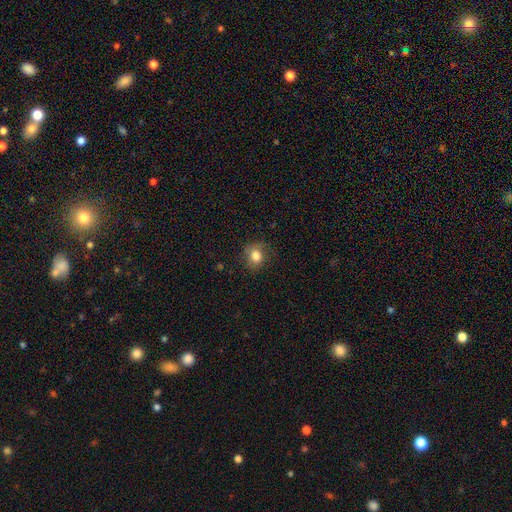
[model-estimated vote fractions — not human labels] smooth-or-featured: smooth: 81% | star or artifact: 10% | featured or disk: 9%
  how-rounded: round: 66% | in between: 33% | cigar-shaped: 1%
  merging: none: 72% | minor disturbance: 20% | major disturbance: 7% | merger: 1%